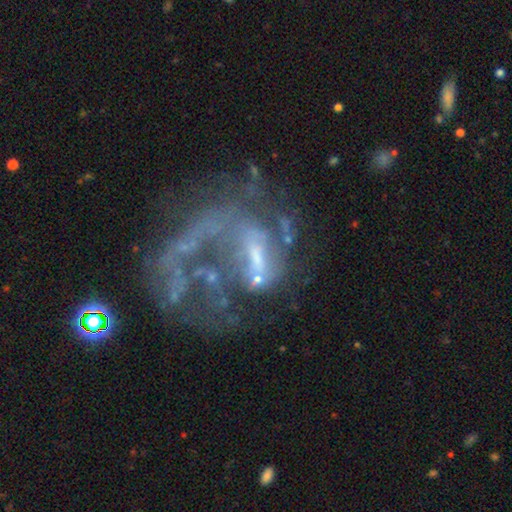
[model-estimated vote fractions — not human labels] This appears to be a featured or disk galaxy (76%) with no bar (42%), spiral arms (57%) and no central bulge (36%, tied with small). Merging: major disturbance (49%).